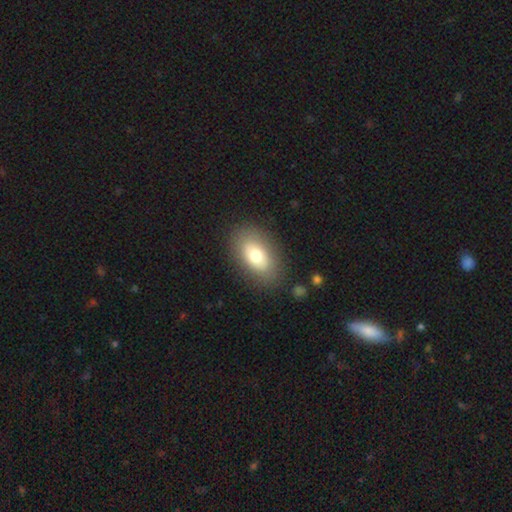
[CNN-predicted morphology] smooth_or_featured: smooth (p=0.70) [alt: featured or disk p=0.22]
how_rounded: in between (p=0.88) [alt: round p=0.10]
merging: none (p=0.84) [alt: minor disturbance p=0.10]